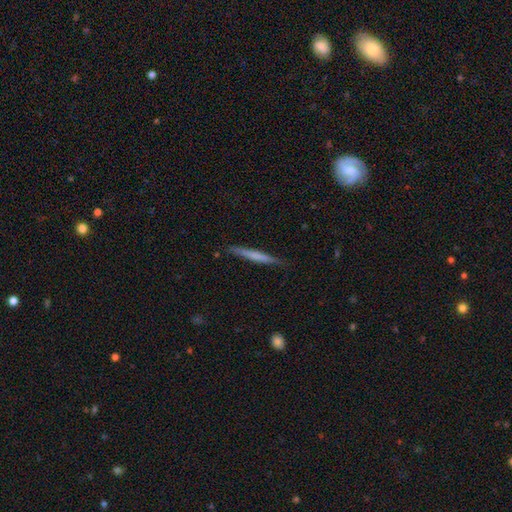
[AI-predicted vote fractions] A smooth galaxy with no disk features (56%) that is cigar-shaped (96%).

Vote fractions:
- Smooth or featured? smooth: 56% / featured or disk: 39% / star or artifact: 6%
- How rounded? cigar-shaped: 96% / in between: 2% / round: 1%
- Merging? none: 87% / minor disturbance: 10% / major disturbance: 2% / merger: 1%